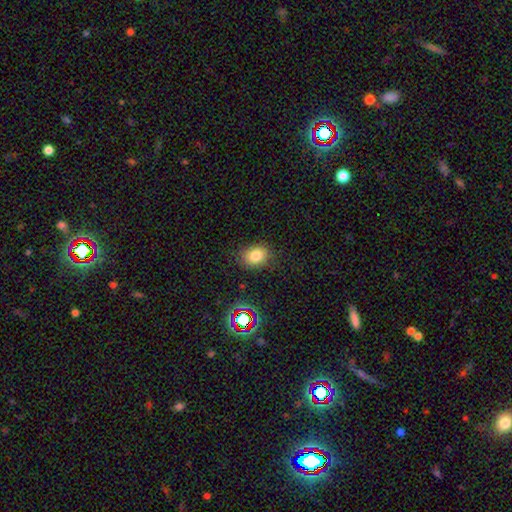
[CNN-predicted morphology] smooth-or-featured: smooth: 79% | star or artifact: 13% | featured or disk: 8%
  how-rounded: in between: 55% | round: 44% | cigar-shaped: 1%
  merging: none: 81% | minor disturbance: 13% | major disturbance: 4% | merger: 2%